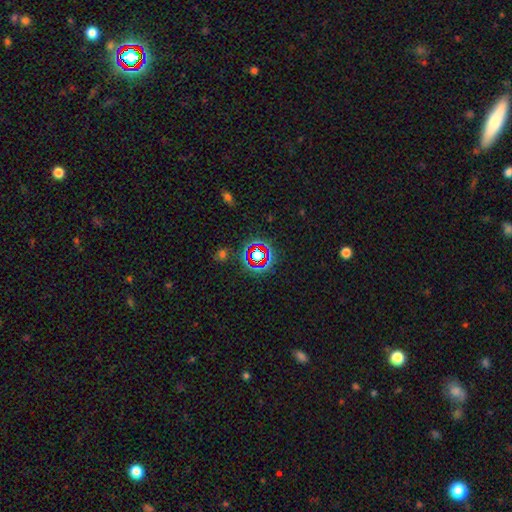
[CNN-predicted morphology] Smooth or featured: star or artifact — 70% (smooth — 18%)